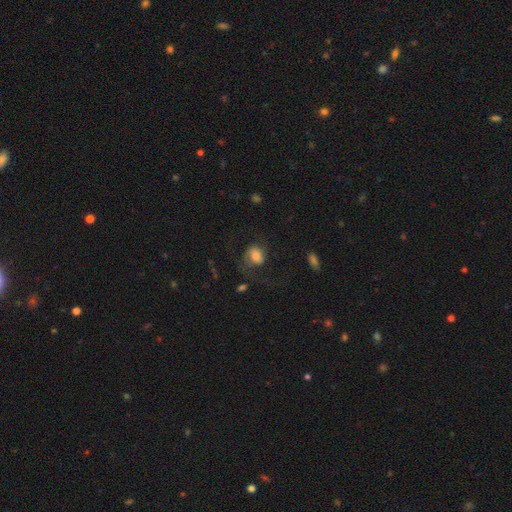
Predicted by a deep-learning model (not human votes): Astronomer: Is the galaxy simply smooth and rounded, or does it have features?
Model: smooth — 52% (runner-up: featured or disk, 39%).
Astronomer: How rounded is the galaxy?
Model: round — 52% (runner-up: in between, 47%).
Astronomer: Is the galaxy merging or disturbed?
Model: none — 41% (runner-up: major disturbance, 38%).